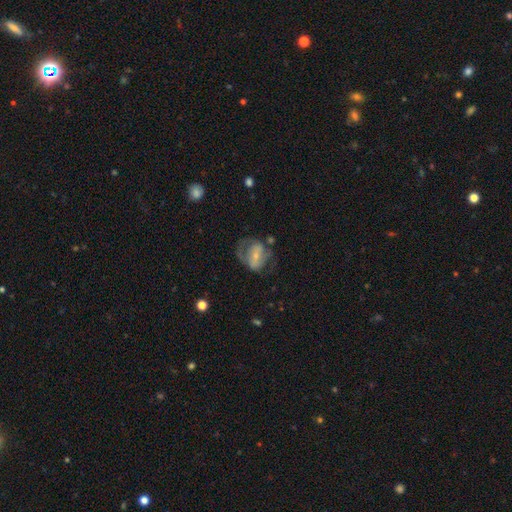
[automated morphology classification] Smooth or featured?
  - featured or disk: 56% *
  - smooth: 37%
  - star or artifact: 7%
Edge-on disk?
  - no: 95% *
  - yes: 5%
Bar?
  - no: 37% *
  - weak: 33%
  - strong: 31%
Spiral arms?
  - no: 51% *
  - yes: 49%
Bulge size?
  - small: 58% *
  - moderate: 33%
  - none: 5%
  - large: 3%
  - dominant: 1%
Merging?
  - none: 41% *
  - major disturbance: 31%
  - minor disturbance: 23%
  - merger: 5%